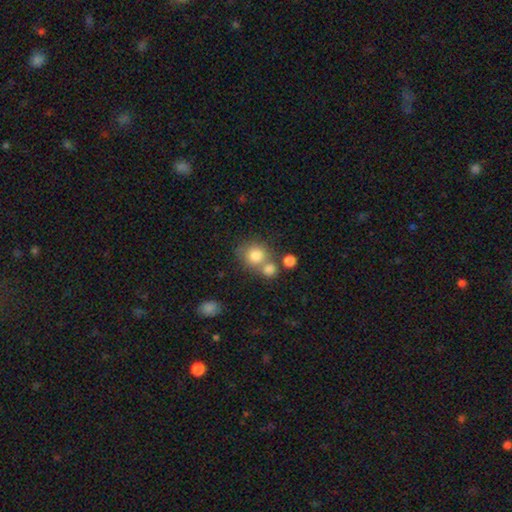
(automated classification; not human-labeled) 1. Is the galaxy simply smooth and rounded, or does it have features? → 79% smooth, 11% star or artifact, 10% featured or disk.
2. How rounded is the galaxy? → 82% round, 17% in between, 1% cigar-shaped.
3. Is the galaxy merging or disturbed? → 51% none, 34% merger, 10% minor disturbance, 5% major disturbance.